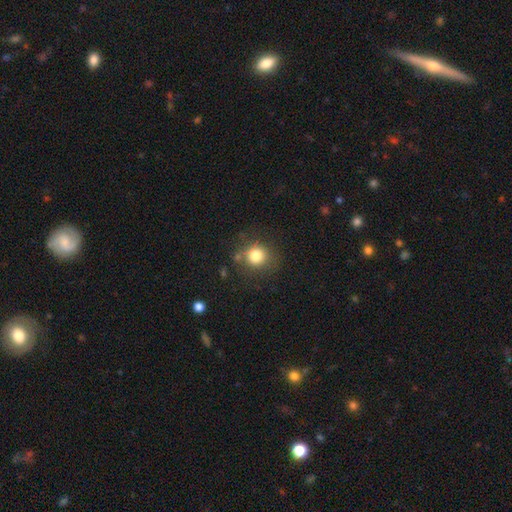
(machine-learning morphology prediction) A smooth galaxy with no disk features (80%) that is round (88%).

Vote fractions:
- Smooth or featured? smooth: 80% / star or artifact: 12% / featured or disk: 8%
- How rounded? round: 88% / in between: 11% / cigar-shaped: 1%
- Merging? none: 77% / minor disturbance: 13% / merger: 5% / major disturbance: 5%